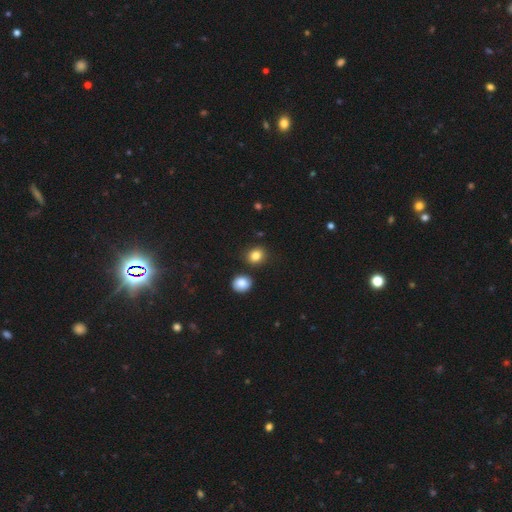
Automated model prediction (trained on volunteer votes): Smooth or featured: smooth — 84% (star or artifact — 11%)
How rounded: round — 72% (in between — 27%)
Merging: none — 83% (minor disturbance — 9%)